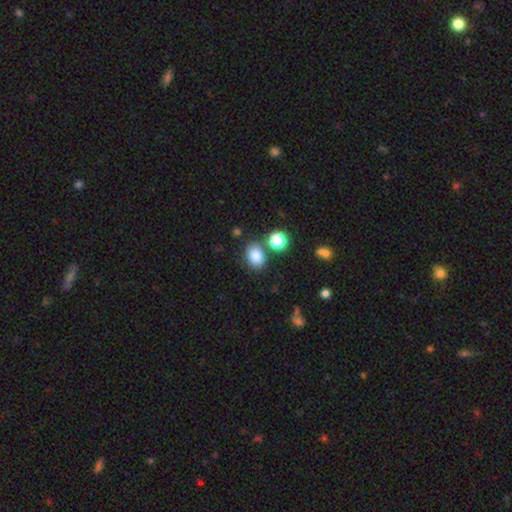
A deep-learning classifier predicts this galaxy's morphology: Smooth or featured: smooth — 81% (star or artifact — 12%)
How rounded: in between — 56% (round — 43%)
Merging: none — 73% (merger — 12%)